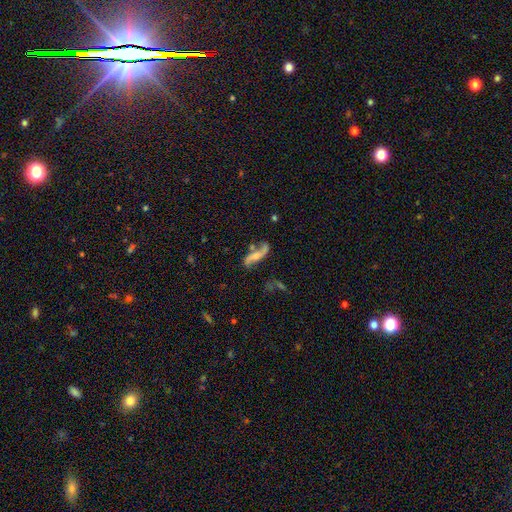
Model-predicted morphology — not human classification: smooth-or-featured: featured or disk: 74% | smooth: 18% | star or artifact: 7%
  disk-edge-on: no: 87% | yes: 13%
    bar: no: 53% | weak: 30% | strong: 17%
    has-spiral-arms: yes: 91% | no: 9%
      spiral-winding: loose: 84% | medium: 12% | tight: 4%
      spiral-arm-count: 2: 90% | 1: 4% | can't tell: 3% | 3: 1% | 4: 1% | more than 4: 1%
    bulge-size: small: 40% | moderate: 38% | none: 15% | large: 6% | dominant: 2%
  merging: none: 56% | minor disturbance: 19% | major disturbance: 12% | merger: 12%